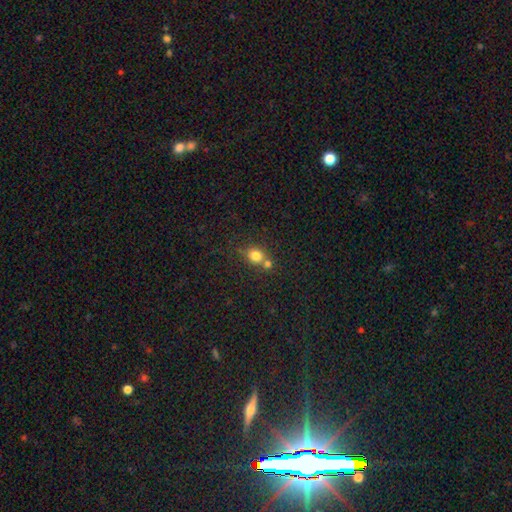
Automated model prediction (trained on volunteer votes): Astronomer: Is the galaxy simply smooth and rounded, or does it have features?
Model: smooth — 79%.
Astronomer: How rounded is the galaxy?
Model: round — 73%.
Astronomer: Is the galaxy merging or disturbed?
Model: none — 48% (runner-up: merger, 40%).